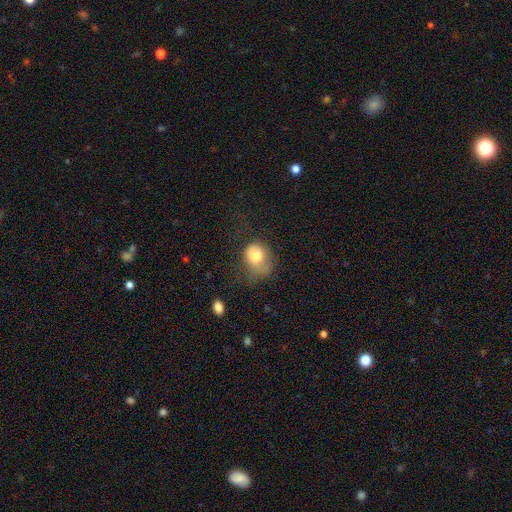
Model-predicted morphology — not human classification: Overall: smooth (74%). How rounded: round (55%; in between 44%). Merging: major disturbance (34%; minor disturbance 33%).